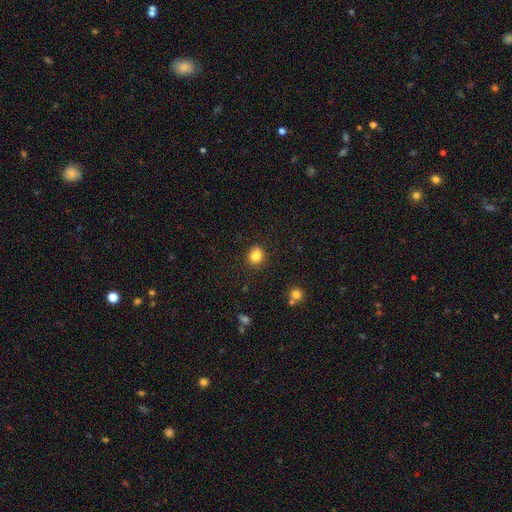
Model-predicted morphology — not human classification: smooth_or_featured: smooth (p=0.85) [alt: star or artifact p=0.11]
how_rounded: round (p=0.59) [alt: in between p=0.40]
merging: none (p=0.82) [alt: minor disturbance p=0.13]